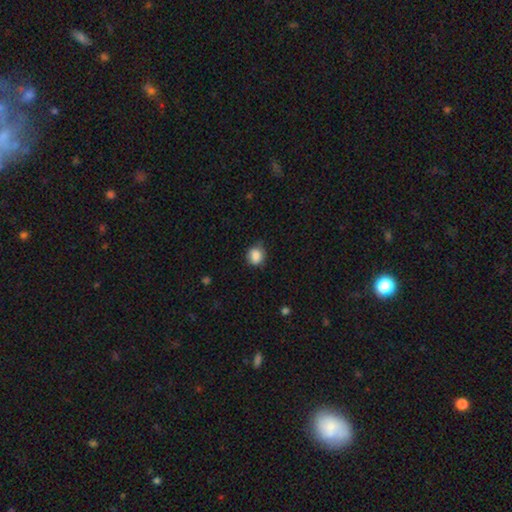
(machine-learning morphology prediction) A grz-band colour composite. It shows a smooth galaxy with no disk features (87%) that is round (70%). Merging: none (71%).